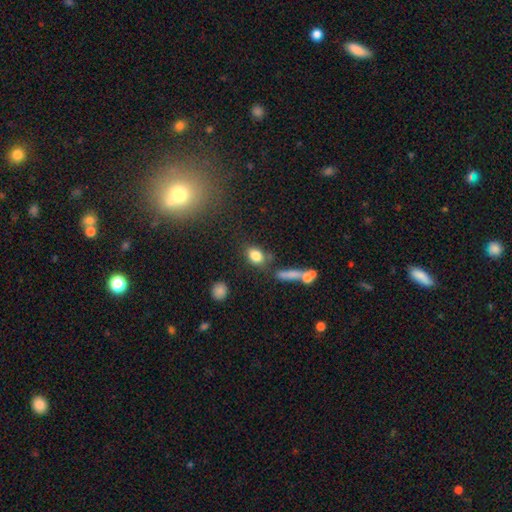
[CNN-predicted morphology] Smooth or featured? smooth (82%)
How rounded? in between (71%)
Merging? none (67%)